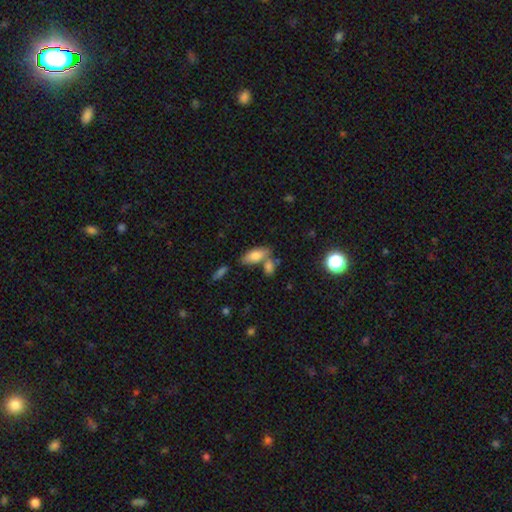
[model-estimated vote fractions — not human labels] Morphology: type=smooth (79%); roundness=in between (84%); merging=none (52%).